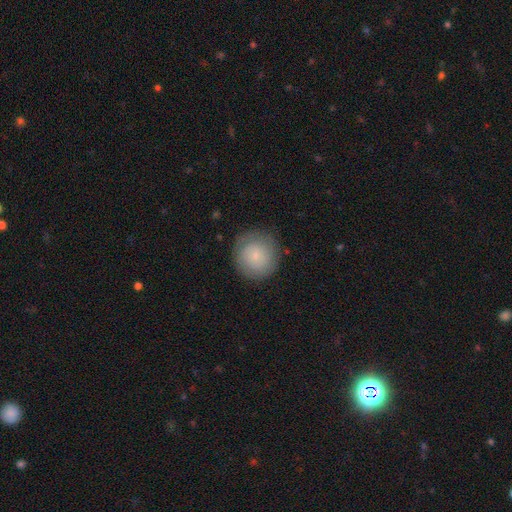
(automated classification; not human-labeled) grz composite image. It shows a smooth galaxy with no disk features (75%) that is round (94%). Merging: none (83%).